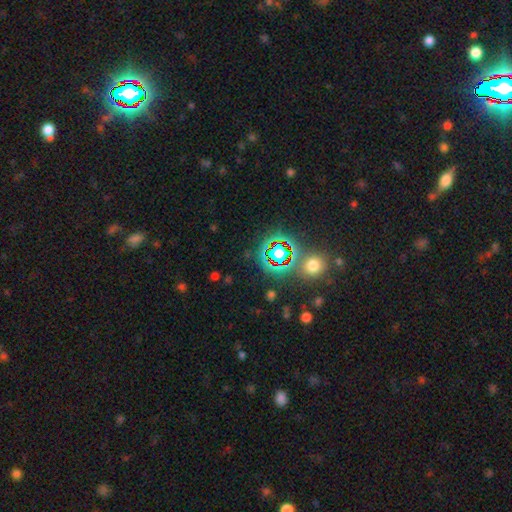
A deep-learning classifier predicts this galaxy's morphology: A star or artifact, not a galaxy (75%).

Vote fractions:
- Smooth or featured? star or artifact: 75% / smooth: 16% / featured or disk: 8%